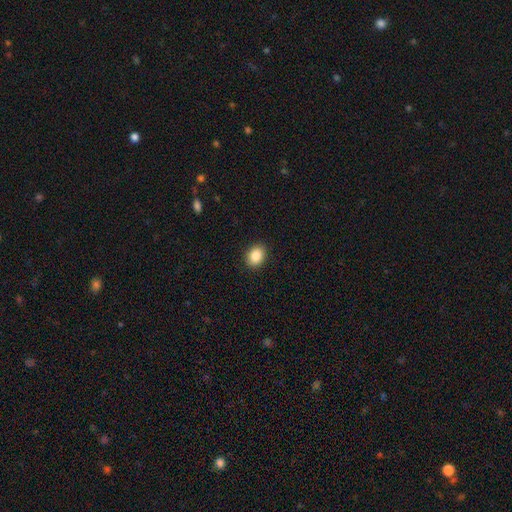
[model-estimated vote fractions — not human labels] Smooth or featured: smooth — 87% (star or artifact — 8%)
How rounded: in between — 58% (round — 41%)
Merging: none — 91% (minor disturbance — 6%)